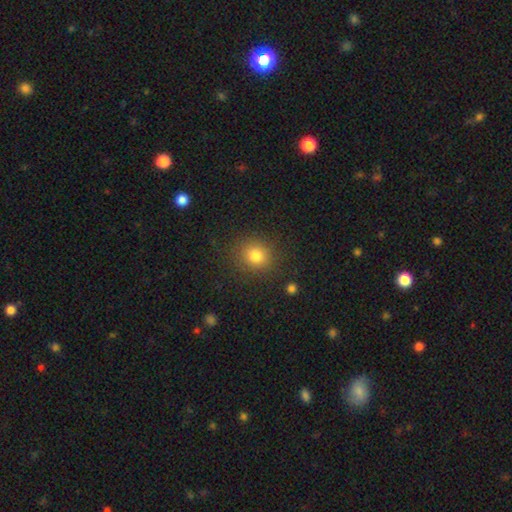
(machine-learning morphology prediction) Smooth or featured: smooth — 80% (star or artifact — 13%)
How rounded: round — 82% (in between — 17%)
Merging: none — 87% (minor disturbance — 8%)